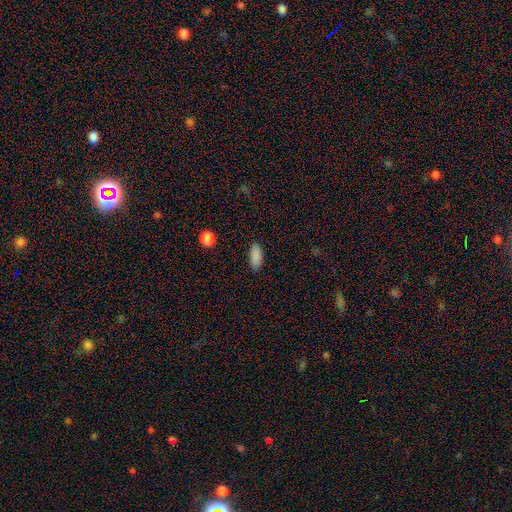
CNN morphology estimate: Q: Smooth or featured?
A: smooth (88%); runner-up: star or artifact (8%)
Q: How rounded?
A: in between (81%); runner-up: cigar-shaped (16%)
Q: Merging?
A: none (88%); runner-up: minor disturbance (8%)